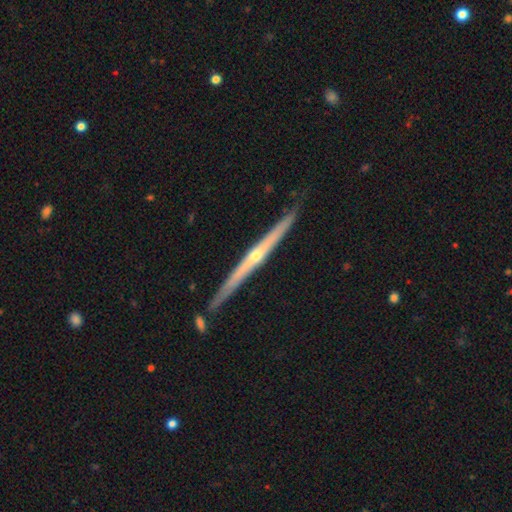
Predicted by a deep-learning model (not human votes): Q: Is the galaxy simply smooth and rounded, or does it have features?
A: featured or disk — 81%.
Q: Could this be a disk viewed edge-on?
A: yes — 98%.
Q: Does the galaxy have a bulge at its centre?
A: rounded — 74%.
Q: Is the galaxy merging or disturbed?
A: none — 86%.